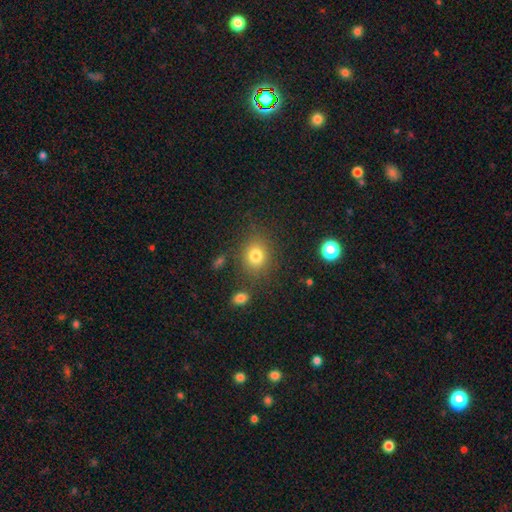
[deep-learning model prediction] Smooth or featured: smooth — 78% (star or artifact — 13%)
How rounded: round — 66% (in between — 33%)
Merging: none — 80% (minor disturbance — 11%)